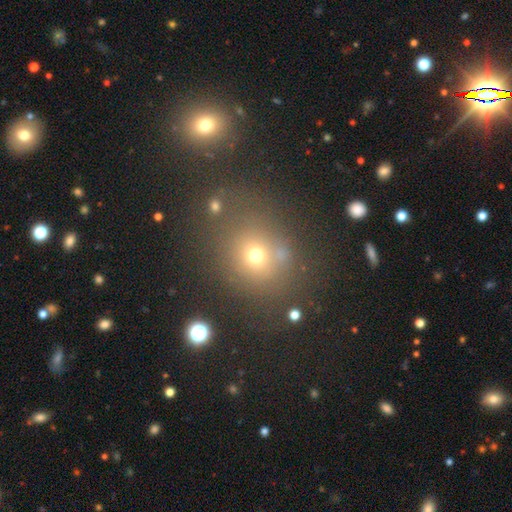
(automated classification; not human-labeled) Morphology: type=smooth (66%); roundness=round (74%); merging=none (69%).